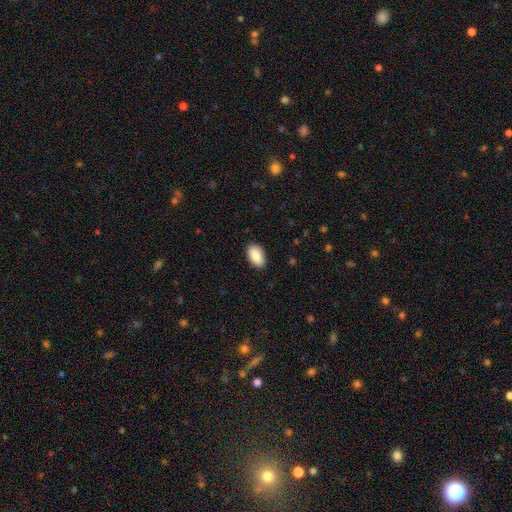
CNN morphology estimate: The model was most divided on "merging": none: 87%, minor disturbance: 10%, major disturbance: 2%, merger: 1%. More confident: how rounded — in between (93%); smooth or featured — smooth (89%).